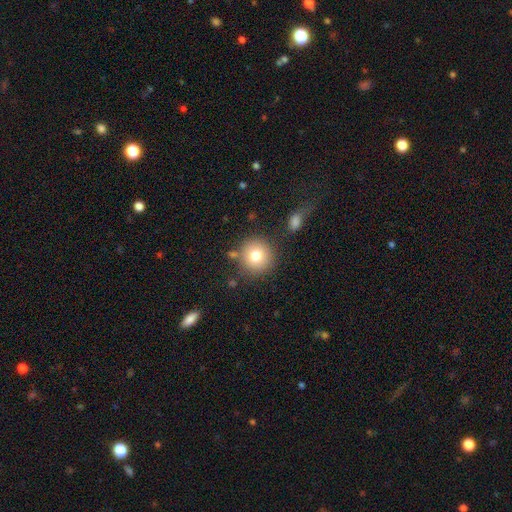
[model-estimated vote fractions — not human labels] Smooth or featured? smooth (77%)
How rounded? round (94%)
Merging? none (82%)